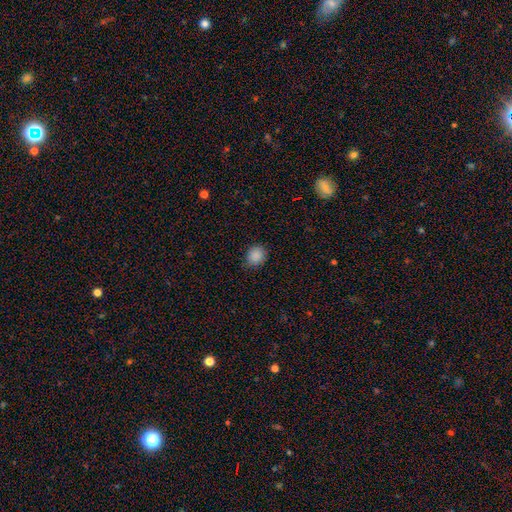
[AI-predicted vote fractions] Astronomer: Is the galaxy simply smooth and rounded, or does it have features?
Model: smooth — 88%.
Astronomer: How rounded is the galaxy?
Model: round — 76%.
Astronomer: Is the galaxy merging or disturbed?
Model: none — 82%.